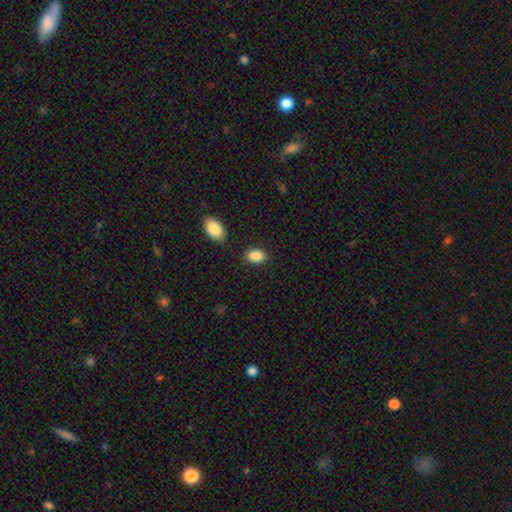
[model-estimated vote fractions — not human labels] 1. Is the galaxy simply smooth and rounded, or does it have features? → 88% smooth, 8% star or artifact, 4% featured or disk.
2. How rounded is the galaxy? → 85% in between, 14% round, 1% cigar-shaped.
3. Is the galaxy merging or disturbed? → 84% none, 10% minor disturbance, 4% merger, 3% major disturbance.